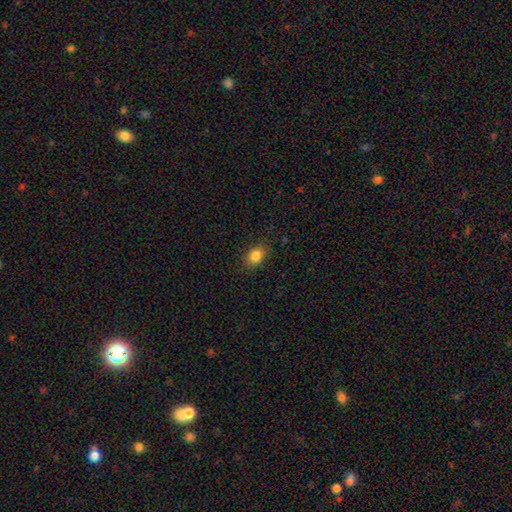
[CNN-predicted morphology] Overall: smooth (84%). How rounded: in between (70%). Merging: none (85%).